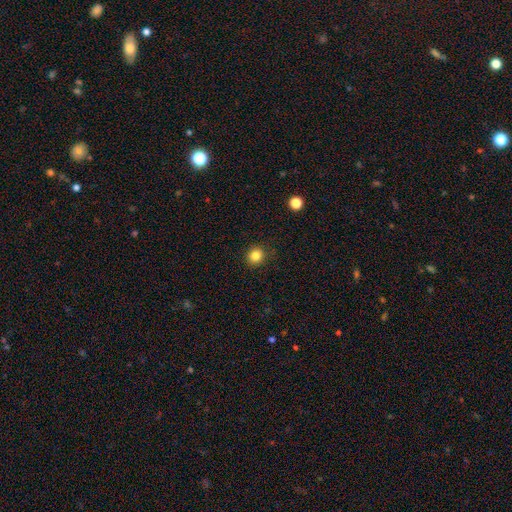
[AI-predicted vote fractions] Smooth or featured: smooth — 84% (star or artifact — 12%)
How rounded: round — 84% (in between — 15%)
Merging: none — 90% (minor disturbance — 7%)